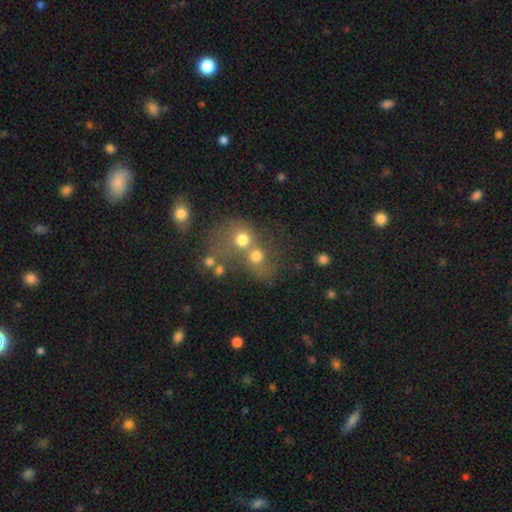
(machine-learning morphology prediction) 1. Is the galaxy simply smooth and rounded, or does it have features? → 62% smooth, 21% featured or disk, 17% star or artifact.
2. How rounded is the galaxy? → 71% round, 28% in between, 1% cigar-shaped.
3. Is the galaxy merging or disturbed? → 62% merger, 24% none, 8% major disturbance, 7% minor disturbance.